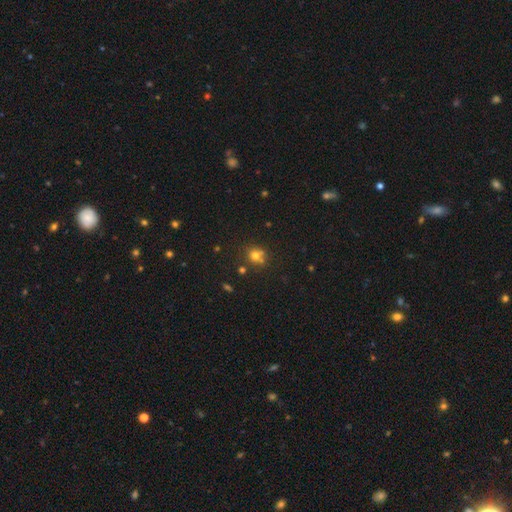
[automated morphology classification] This is likely a smooth galaxy (69%). How rounded: likely round (77%). Merging: possibly none (56%).